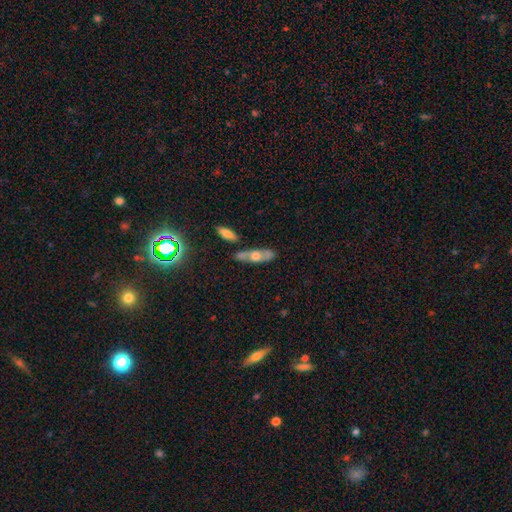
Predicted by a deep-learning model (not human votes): smooth-or-featured: featured or disk: 48% | smooth: 42% | star or artifact: 10%
  merging: none: 64% | merger: 16% | minor disturbance: 15% | major disturbance: 5%